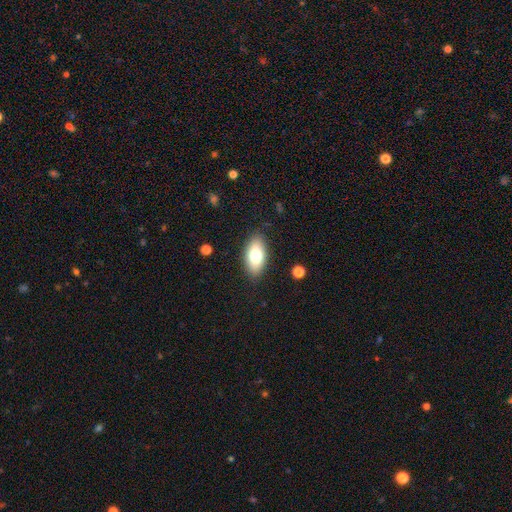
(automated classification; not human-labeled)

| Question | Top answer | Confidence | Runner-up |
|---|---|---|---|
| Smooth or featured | smooth | 75% | featured or disk (18%) |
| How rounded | in between | 91% | cigar-shaped (6%) |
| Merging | none | 86% | minor disturbance (10%) |